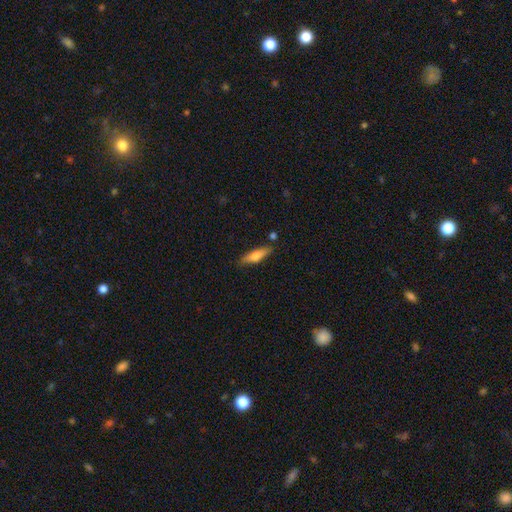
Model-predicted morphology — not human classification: type=smooth (62%); roundness=cigar-shaped (69%); merging=none (82%).